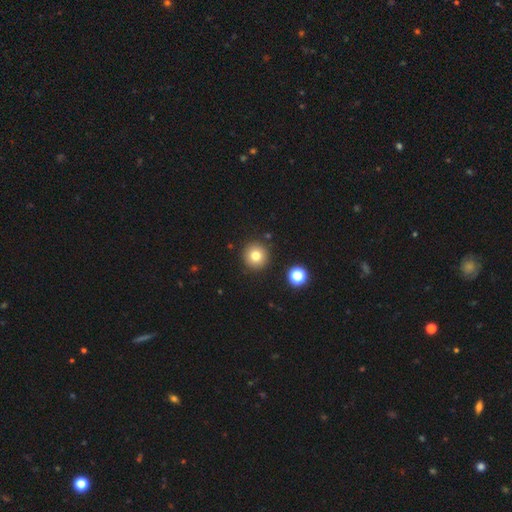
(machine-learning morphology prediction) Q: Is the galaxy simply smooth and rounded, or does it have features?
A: smooth — 77%.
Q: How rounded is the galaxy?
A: round — 95%.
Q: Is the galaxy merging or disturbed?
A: none — 90%.